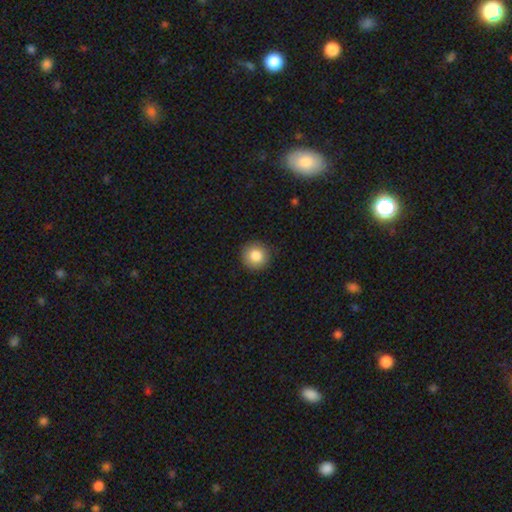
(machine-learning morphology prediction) This is clearly a smooth galaxy (85%). How rounded: clearly round (94%). Merging: clearly none (90%).